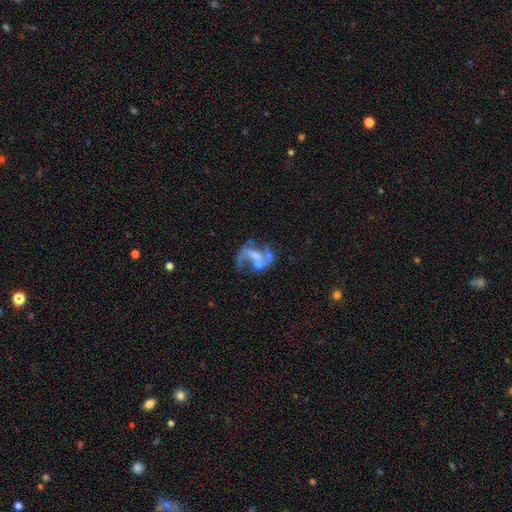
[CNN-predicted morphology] smooth-or-featured: featured or disk: 76% | smooth: 13% | star or artifact: 12%
  disk-edge-on: no: 97% | yes: 3%
    bar: no: 46% | weak: 35% | strong: 19%
    has-spiral-arms: yes: 73% | no: 27%
      spiral-winding: loose: 65% | medium: 28% | tight: 7%
      spiral-arm-count: 2: 67% | 1: 19% | can't tell: 8% | 3: 2% | 4: 1% | more than 4: 1%
    bulge-size: none: 35% | small: 32% | moderate: 27% | large: 5% | dominant: 2%
  merging: none: 32% | merger: 28% | major disturbance: 26% | minor disturbance: 14%